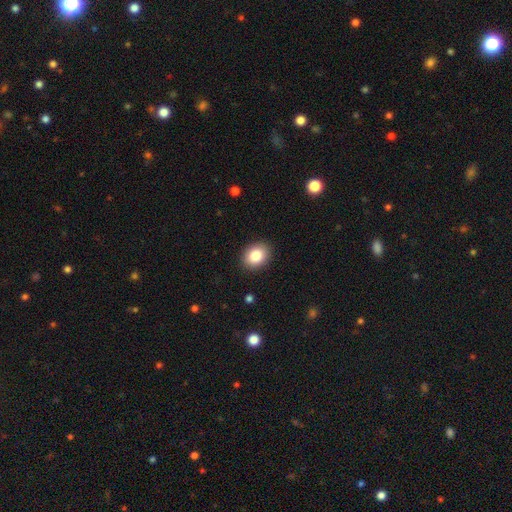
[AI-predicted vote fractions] This is clearly a smooth galaxy (86%). How rounded: likely in between (64%). Merging: clearly none (89%).